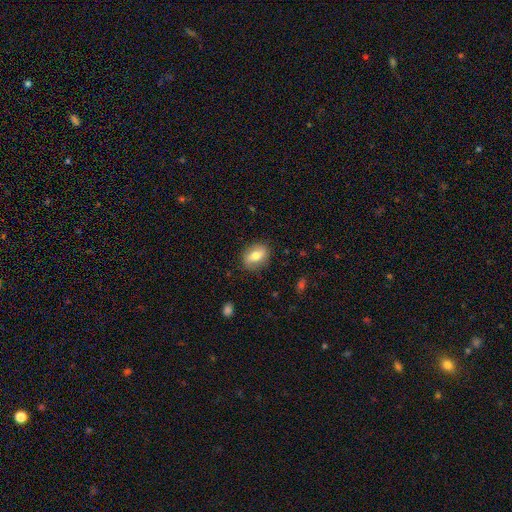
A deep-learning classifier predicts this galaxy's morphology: Smooth or featured: smooth — 66% (featured or disk — 26%)
How rounded: in between — 71% (round — 25%)
Merging: none — 83% (minor disturbance — 12%)